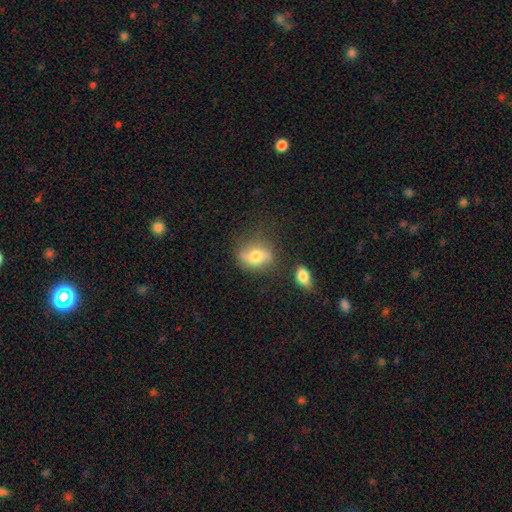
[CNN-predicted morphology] Smooth or featured: smooth — 56% (featured or disk — 34%)
How rounded: in between — 65% (round — 29%)
Merging: none — 70% (minor disturbance — 18%)